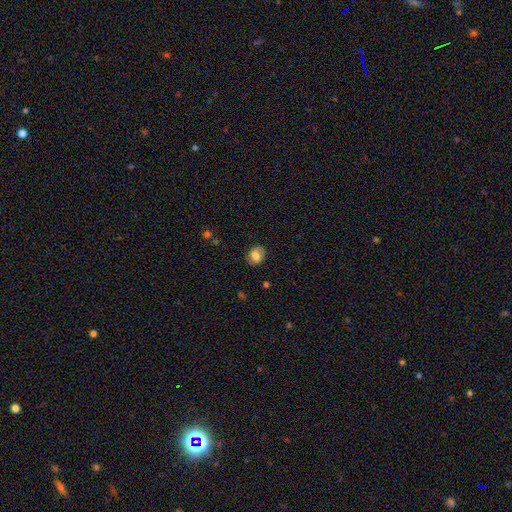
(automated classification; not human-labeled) smooth 63%, featured or disk 28%, star or artifact 9%. Down the decision tree: how rounded — round (53%); merging — none (77%).